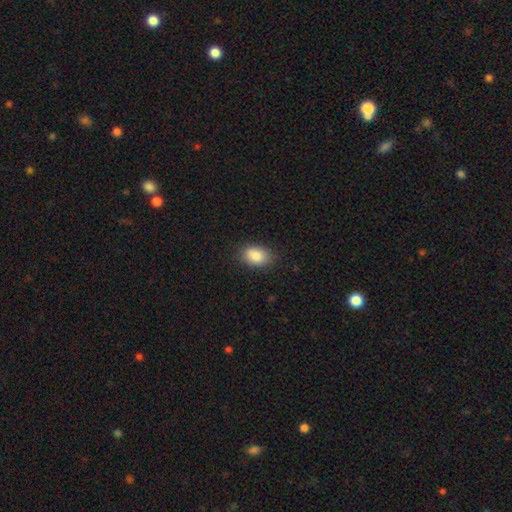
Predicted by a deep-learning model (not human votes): Q: Smooth or featured?
A: smooth (86%); runner-up: star or artifact (8%)
Q: How rounded?
A: in between (82%); runner-up: round (17%)
Q: Merging?
A: none (81%); runner-up: minor disturbance (15%)